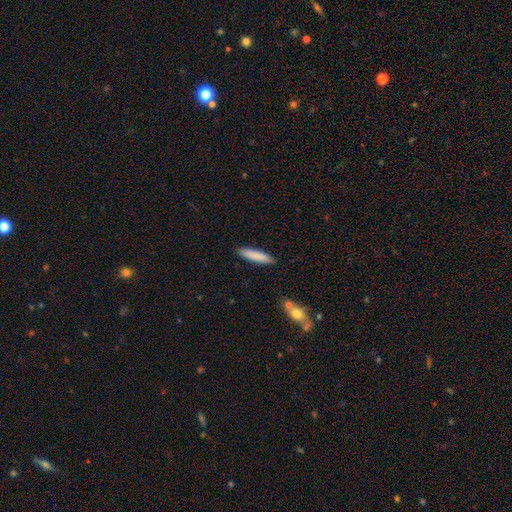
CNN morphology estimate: The model was most divided on "how rounded": cigar-shaped: 82%, in between: 17%, round: 1%. More confident: merging — none (88%); smooth or featured — smooth (85%).